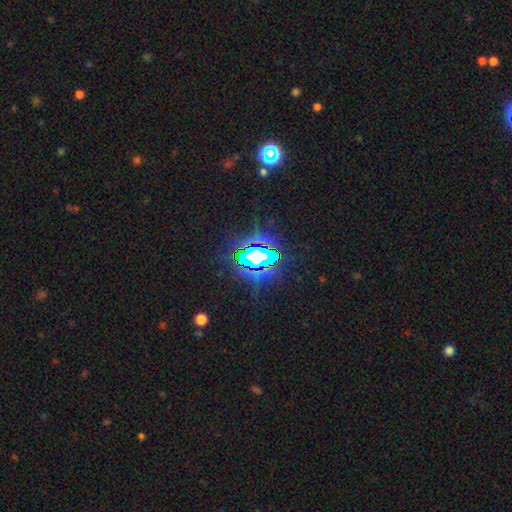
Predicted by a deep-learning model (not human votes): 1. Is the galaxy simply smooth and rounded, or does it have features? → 76% star or artifact, 12% smooth, 12% featured or disk.